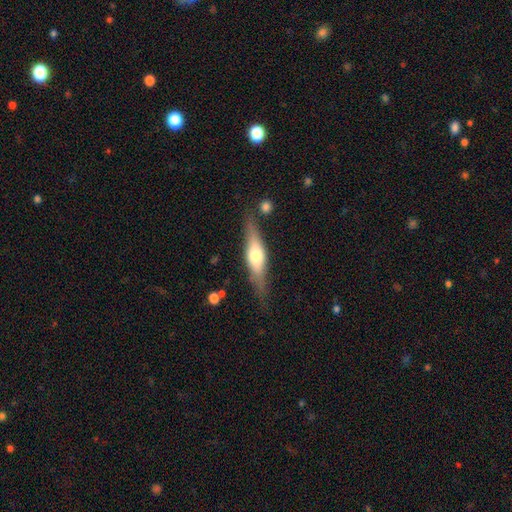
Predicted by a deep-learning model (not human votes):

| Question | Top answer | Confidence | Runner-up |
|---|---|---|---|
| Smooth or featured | featured or disk | 55% | smooth (39%) |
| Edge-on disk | yes | 89% | no (11%) |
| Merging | none | 75% | minor disturbance (16%) |